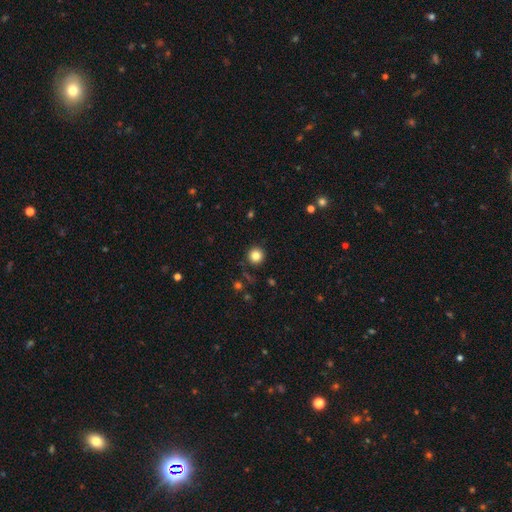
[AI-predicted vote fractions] Morphology: type=smooth (82%); roundness=round (95%); merging=none (90%).